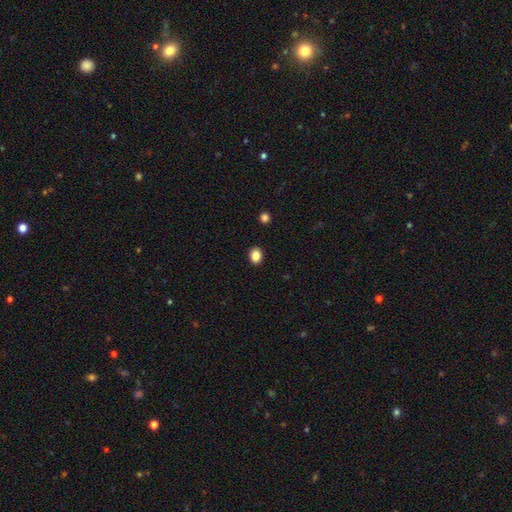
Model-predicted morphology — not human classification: A smooth galaxy with no disk features (86%) that is in between round and cigar-shaped (57%). Merging: none (90%).